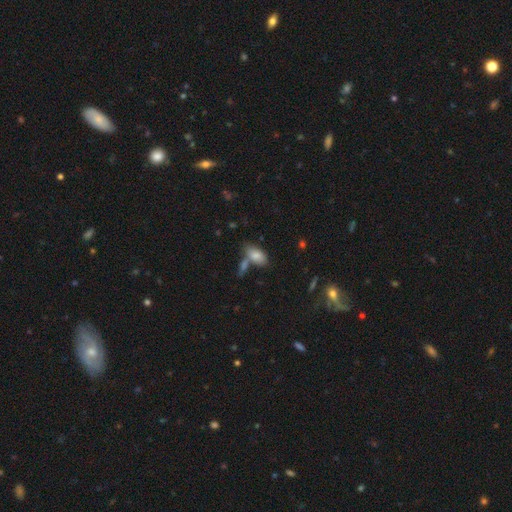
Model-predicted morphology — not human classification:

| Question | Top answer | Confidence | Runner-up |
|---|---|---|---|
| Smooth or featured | smooth | 81% | featured or disk (11%) |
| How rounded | in between | 92% | cigar-shaped (4%) |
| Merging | none | 51% | merger (28%) |